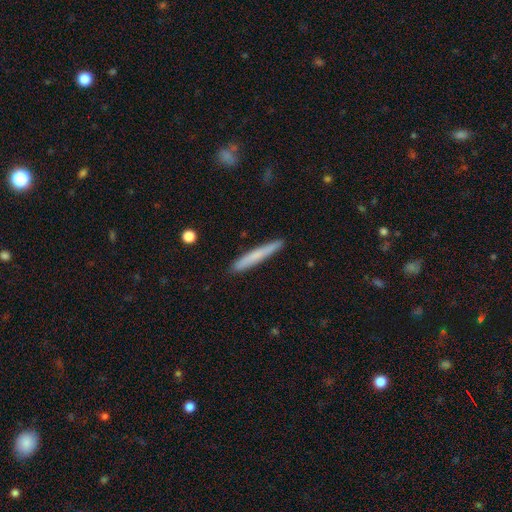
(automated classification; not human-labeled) A smooth galaxy with no disk features (68%) that is cigar-shaped (96%). Merging: none (90%).